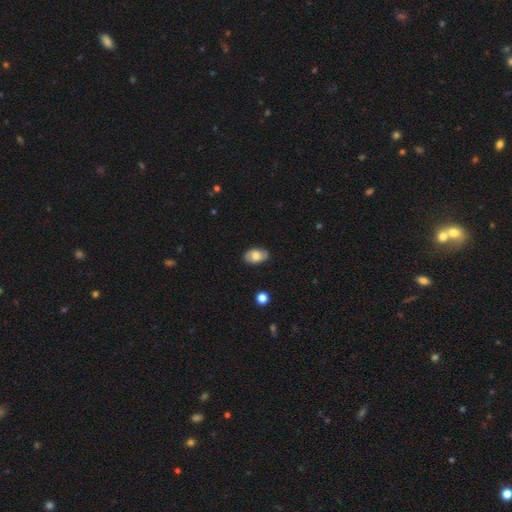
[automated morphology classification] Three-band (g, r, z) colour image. It shows a smooth galaxy with no disk features (71%) that is in between round and cigar-shaped (92%). Merging: none (84%).